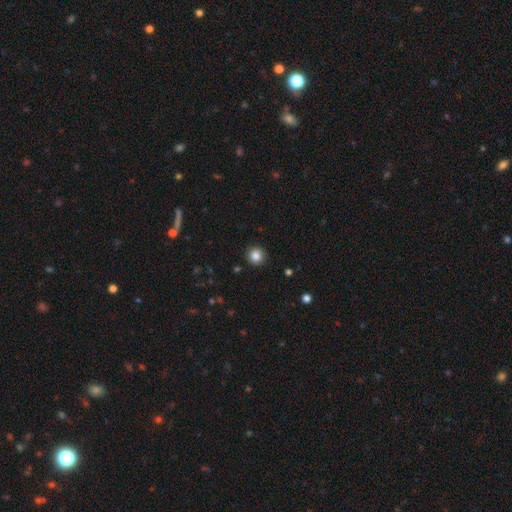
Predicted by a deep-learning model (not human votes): smooth-or-featured: smooth: 84% | star or artifact: 11% | featured or disk: 5%
  how-rounded: round: 94% | in between: 5% | cigar-shaped: 1%
  merging: none: 92% | minor disturbance: 6% | major disturbance: 2% | merger: 1%